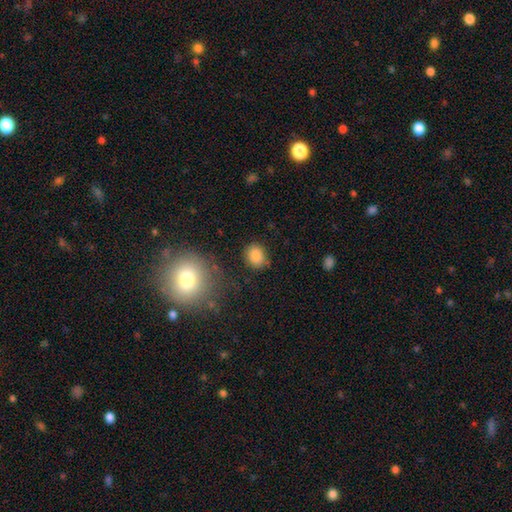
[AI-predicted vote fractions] smooth_or_featured: smooth (p=0.85) [alt: star or artifact p=0.10]
how_rounded: in between (p=0.59) [alt: round p=0.40]
merging: none (p=0.80) [alt: minor disturbance p=0.14]